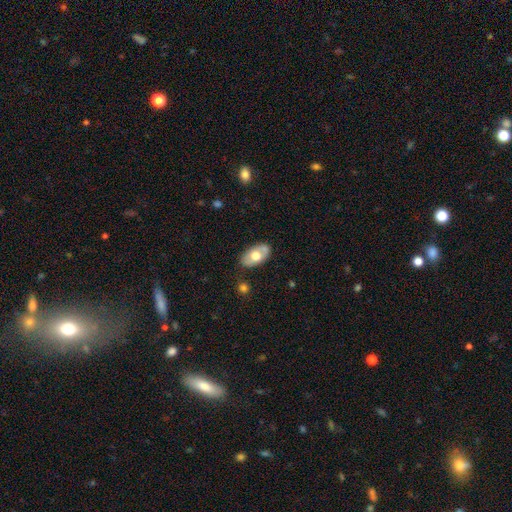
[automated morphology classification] smooth-or-featured: smooth: 57% | featured or disk: 37% | star or artifact: 6%
  how-rounded: in between: 92% | round: 6% | cigar-shaped: 2%
  merging: none: 74% | minor disturbance: 18% | merger: 4% | major disturbance: 4%